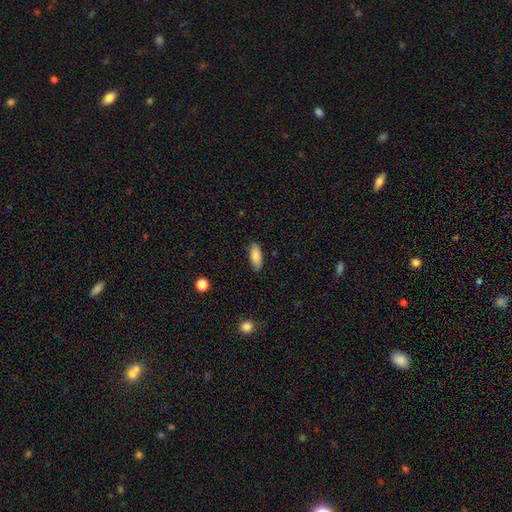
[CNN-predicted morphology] Smooth or featured?
  - smooth: 85% *
  - featured or disk: 8%
  - star or artifact: 7%
How rounded?
  - in between: 77% *
  - cigar-shaped: 21%
  - round: 2%
Merging?
  - none: 86% *
  - minor disturbance: 11%
  - major disturbance: 2%
  - merger: 1%